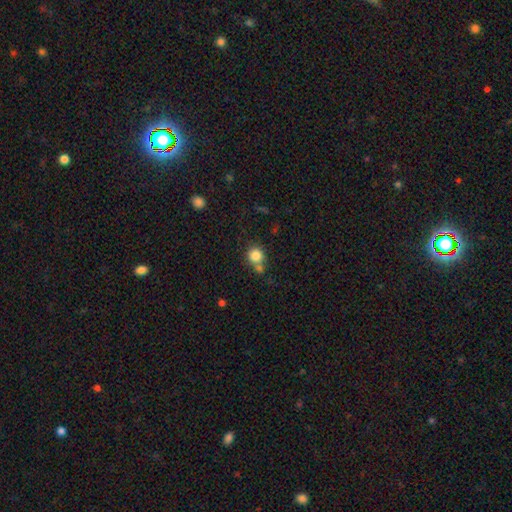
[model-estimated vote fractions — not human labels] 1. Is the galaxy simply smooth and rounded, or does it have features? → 83% smooth, 11% star or artifact, 7% featured or disk.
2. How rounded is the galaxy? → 89% round, 10% in between, 1% cigar-shaped.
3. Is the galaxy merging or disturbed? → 57% none, 28% merger, 11% minor disturbance, 4% major disturbance.